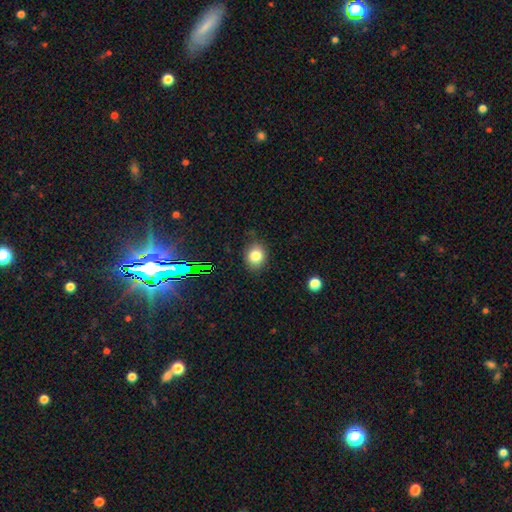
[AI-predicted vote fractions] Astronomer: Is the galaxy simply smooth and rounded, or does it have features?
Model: smooth — 80%.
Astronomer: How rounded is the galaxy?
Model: round — 66%.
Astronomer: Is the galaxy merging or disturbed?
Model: none — 83%.